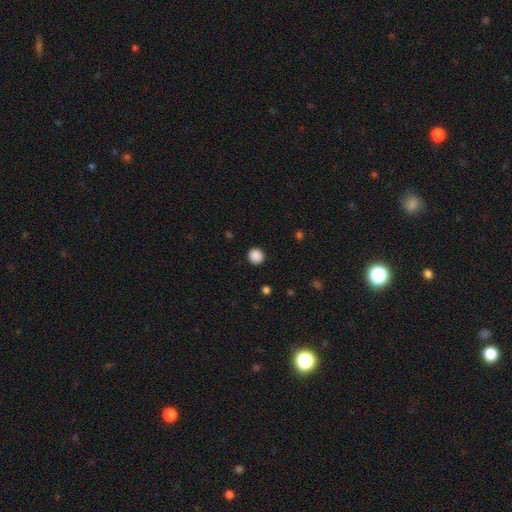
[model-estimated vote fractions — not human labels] Smooth or featured? Predicted: smooth (p=0.89). How rounded? Predicted: round (p=0.89). Merging? Predicted: none (p=0.91).